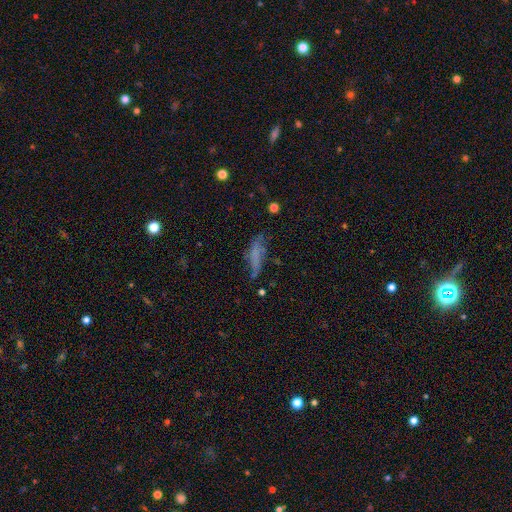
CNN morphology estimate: Q: Smooth or featured?
A: smooth (56%); runner-up: featured or disk (32%)
Q: How rounded?
A: cigar-shaped (60%); runner-up: in between (37%)
Q: Merging?
A: none (43%); runner-up: minor disturbance (30%)